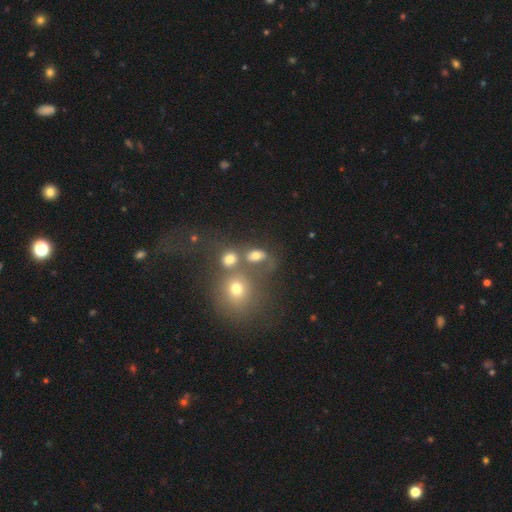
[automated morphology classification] A smooth galaxy with no disk features (69%) that is in between round and cigar-shaped (62%).

Vote fractions:
- Smooth or featured? smooth: 69% / star or artifact: 17% / featured or disk: 14%
- How rounded? in between: 62% / round: 35% / cigar-shaped: 3%
- Merging? none: 45% / merger: 32% / minor disturbance: 13% / major disturbance: 9%